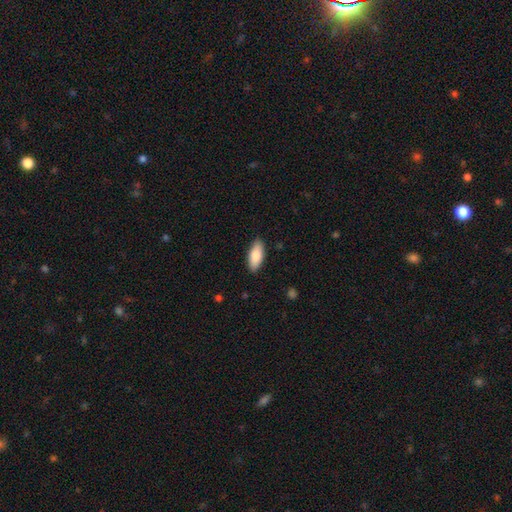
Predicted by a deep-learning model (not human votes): A smooth galaxy with no disk features (81%) that is in between round and cigar-shaped (84%). Merging: none (89%).